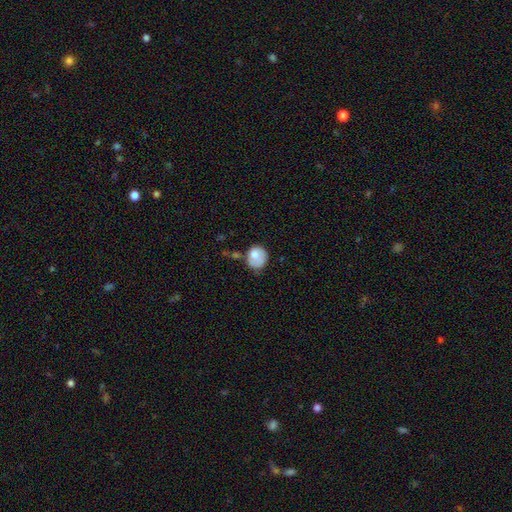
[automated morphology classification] Smooth or featured? smooth (76%)
How rounded? round (67%)
Merging? none (45%)